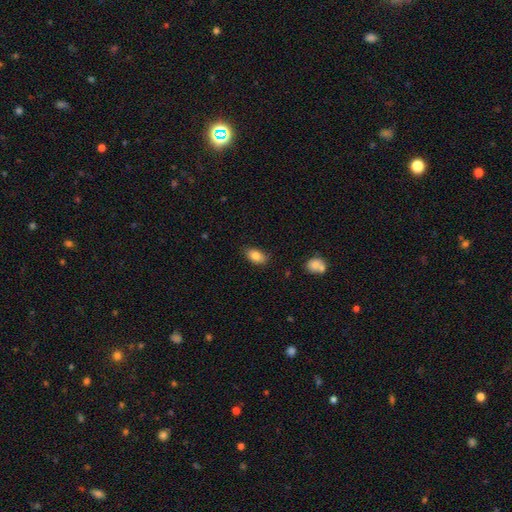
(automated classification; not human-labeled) Overall: smooth (83%). How rounded: in between (87%). Merging: none (79%).